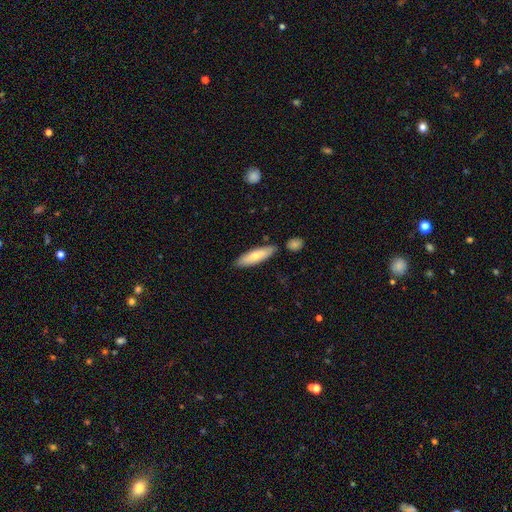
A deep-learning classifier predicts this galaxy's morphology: This appears to be a smooth galaxy with no disk features (70%) that is cigar-shaped (61%). Merging: none (78%).